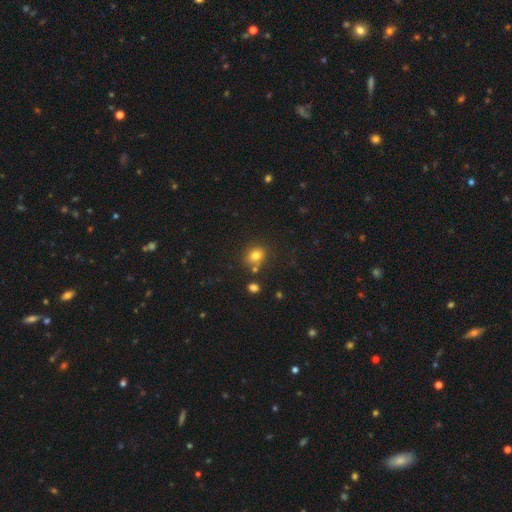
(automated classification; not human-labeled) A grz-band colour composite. It shows a smooth galaxy with no disk features (79%) that is round (61%). Merging: none (72%).